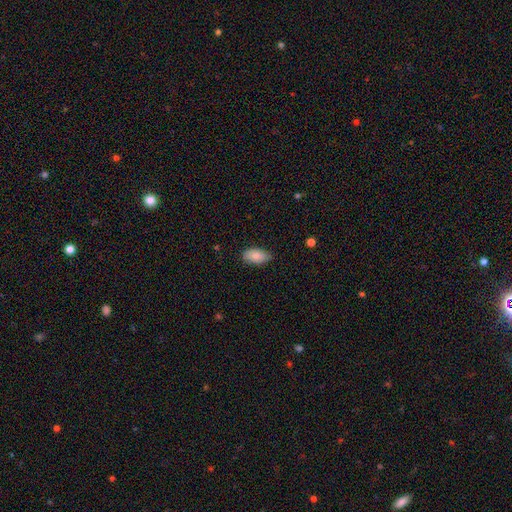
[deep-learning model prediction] A smooth galaxy with no disk features (84%) that is in between round and cigar-shaped (93%).

Vote fractions:
- Smooth or featured? smooth: 84% / featured or disk: 9% / star or artifact: 7%
- How rounded? in between: 93% / round: 4% / cigar-shaped: 3%
- Merging? none: 79% / minor disturbance: 18% / major disturbance: 3% / merger: 1%